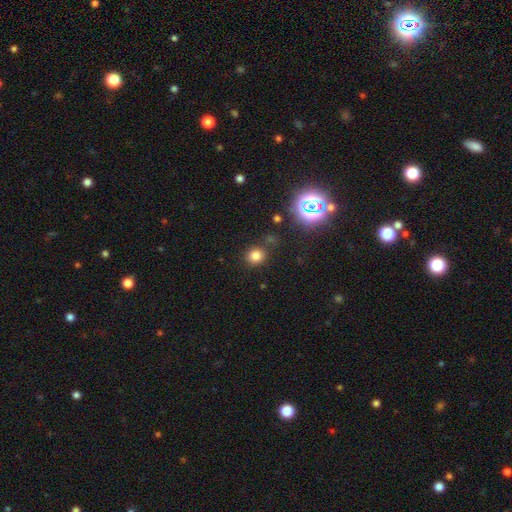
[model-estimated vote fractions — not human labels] A smooth galaxy with no disk features (76%) that is round (82%).

Vote fractions:
- Smooth or featured? smooth: 76% / star or artifact: 17% / featured or disk: 6%
- How rounded? round: 82% / in between: 17% / cigar-shaped: 1%
- Merging? none: 81% / minor disturbance: 10% / merger: 5% / major disturbance: 4%